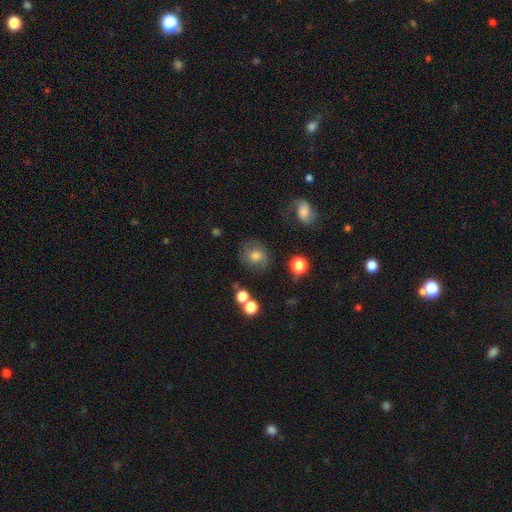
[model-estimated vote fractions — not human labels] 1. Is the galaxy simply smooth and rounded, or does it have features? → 51% smooth, 36% featured or disk, 13% star or artifact.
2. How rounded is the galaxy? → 74% round, 25% in between, 1% cigar-shaped.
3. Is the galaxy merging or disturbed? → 69% none, 18% minor disturbance, 10% major disturbance, 3% merger.